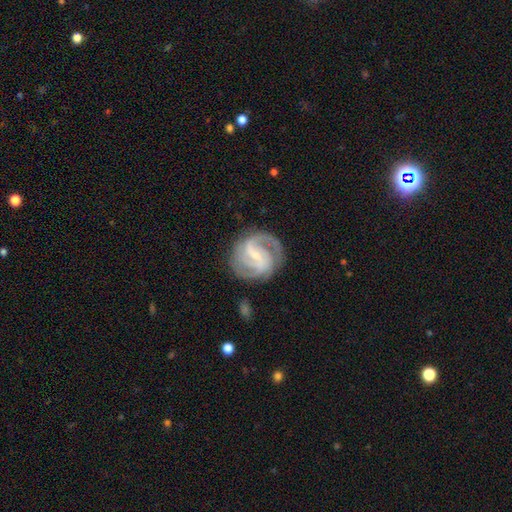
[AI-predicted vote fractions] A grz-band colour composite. It shows a featured or disk galaxy (89%) with a weak bar (50%), 2 (41%) medium (49%) spiral arms (98%) and a small central bulge (69%). Merging: none (78%).